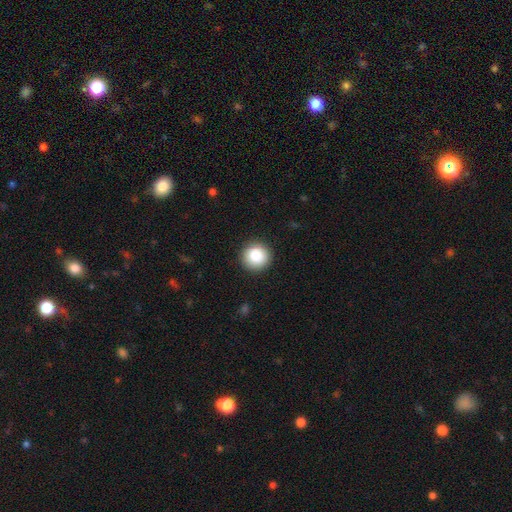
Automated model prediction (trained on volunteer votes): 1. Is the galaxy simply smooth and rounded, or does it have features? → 87% smooth, 8% star or artifact, 5% featured or disk.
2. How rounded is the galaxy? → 94% round, 5% in between, 1% cigar-shaped.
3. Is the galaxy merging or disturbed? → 91% none, 6% minor disturbance, 2% major disturbance, 1% merger.